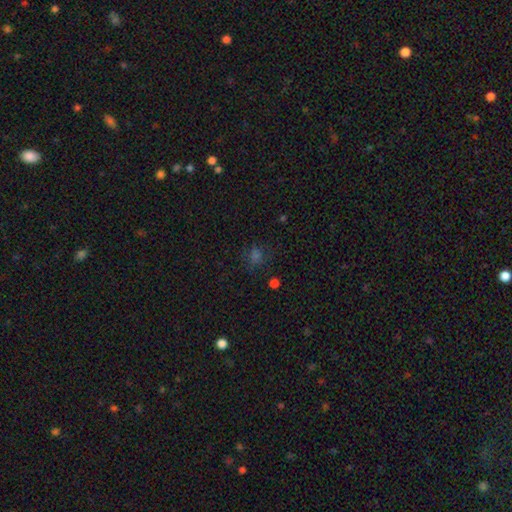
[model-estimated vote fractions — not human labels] smooth-or-featured: smooth: 50% | star or artifact: 39% | featured or disk: 10%
  how-rounded: round: 69% | in between: 30% | cigar-shaped: 2%
  merging: none: 73% | minor disturbance: 15% | major disturbance: 9% | merger: 3%